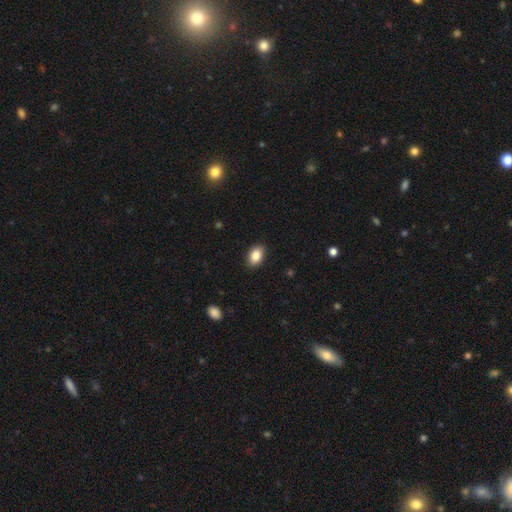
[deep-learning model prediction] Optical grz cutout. It shows a smooth galaxy with no disk features (87%) that is in between round and cigar-shaped (86%). Merging: none (89%).